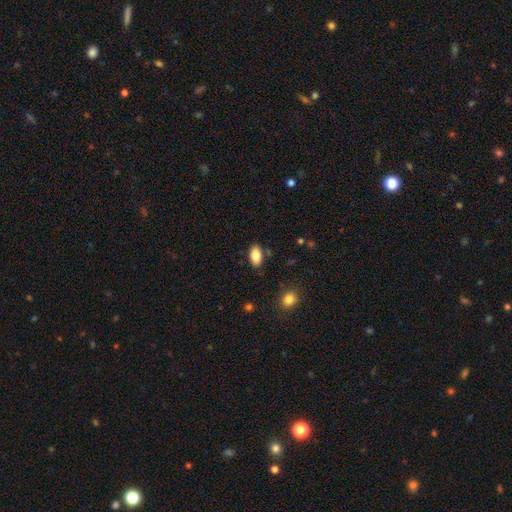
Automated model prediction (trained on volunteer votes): This is clearly a smooth galaxy (85%). How rounded: clearly in between (93%). Merging: clearly none (85%).